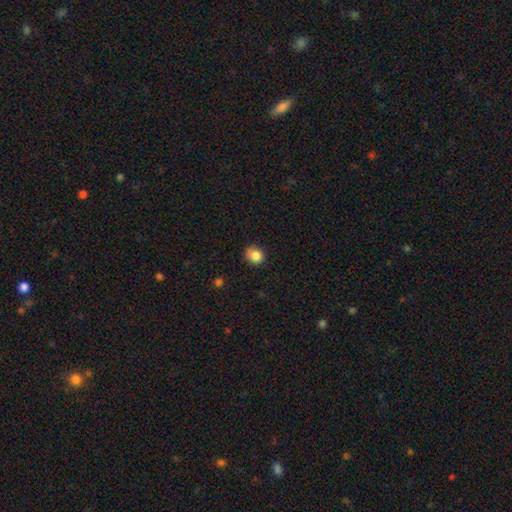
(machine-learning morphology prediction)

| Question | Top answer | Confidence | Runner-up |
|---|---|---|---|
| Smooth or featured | smooth | 84% | star or artifact (10%) |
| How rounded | round | 82% | in between (18%) |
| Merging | none | 74% | minor disturbance (20%) |